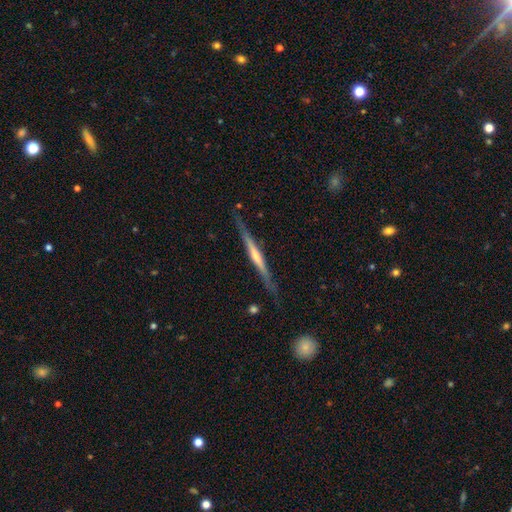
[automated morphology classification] The model was most divided on "edge-on bulge": rounded: 53%, none: 32%, boxy: 16%. More confident: edge-on disk — yes (98%); merging — none (85%); smooth or featured — featured or disk (77%).